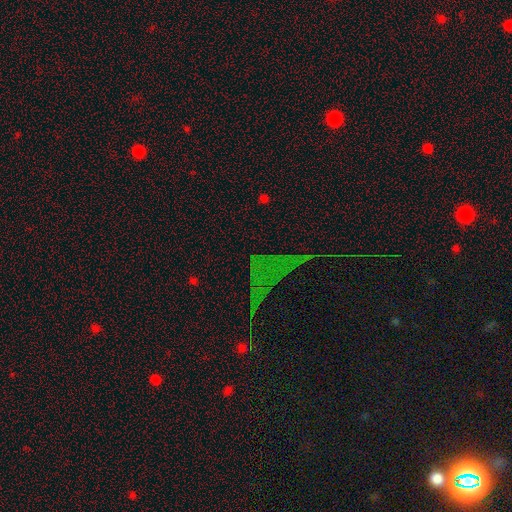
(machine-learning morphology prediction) This is likely a star or artifact rather than a galaxy (75%).